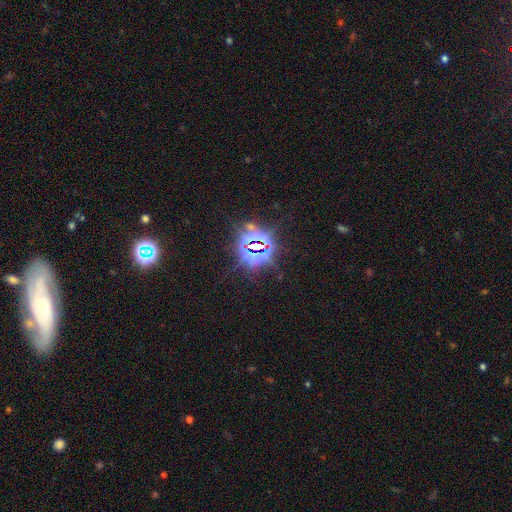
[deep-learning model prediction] Overall: star or artifact (83%).